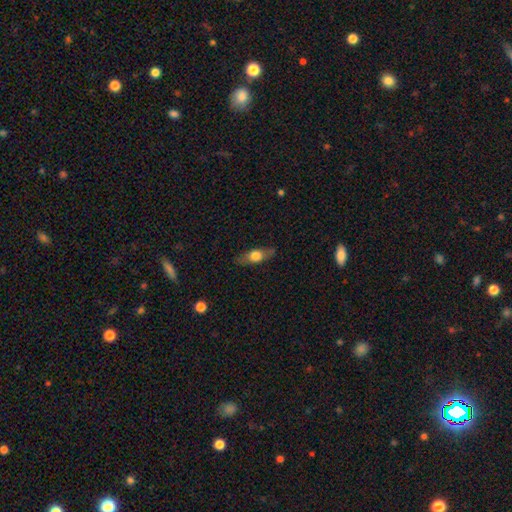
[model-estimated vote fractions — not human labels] Smooth or featured? smooth (57%)
How rounded? in between (62%)
Merging? none (80%)